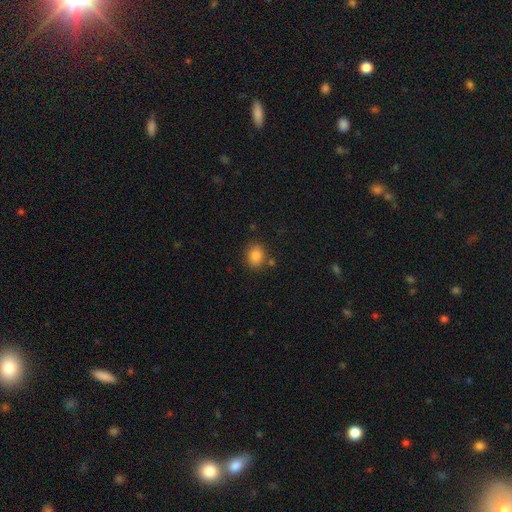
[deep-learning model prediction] This appears to be a smooth galaxy with no disk features (86%) that is round (51%). Merging: none (81%).